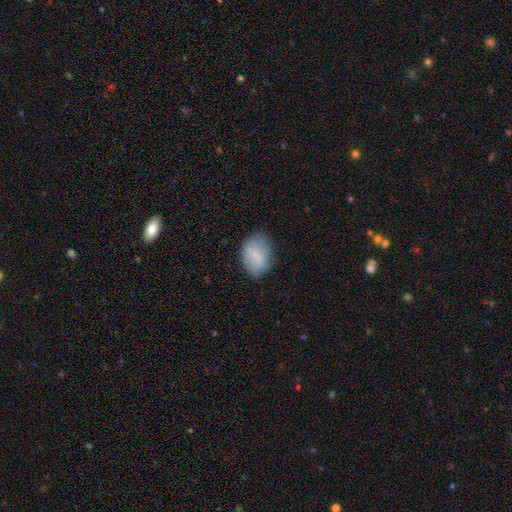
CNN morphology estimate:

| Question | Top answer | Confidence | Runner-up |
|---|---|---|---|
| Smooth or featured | smooth | 76% | featured or disk (17%) |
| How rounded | in between | 77% | round (22%) |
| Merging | none | 72% | minor disturbance (21%) |